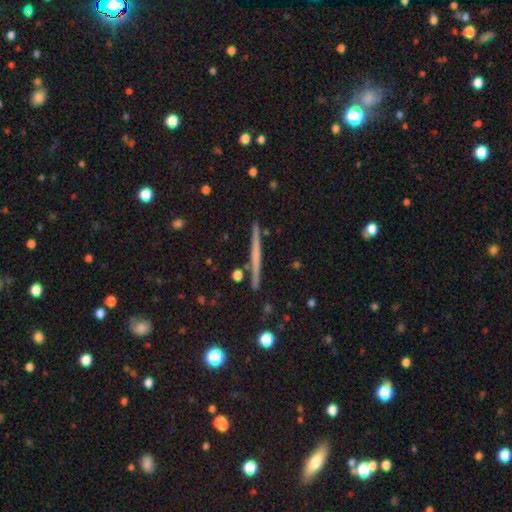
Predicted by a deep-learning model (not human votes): Q: Smooth or featured?
A: featured or disk (59%); runner-up: smooth (34%)
Q: Edge-on disk?
A: yes (98%); runner-up: no (2%)
Q: Edge-on bulge?
A: none (81%); runner-up: rounded (14%)
Q: Merging?
A: none (91%); runner-up: minor disturbance (6%)